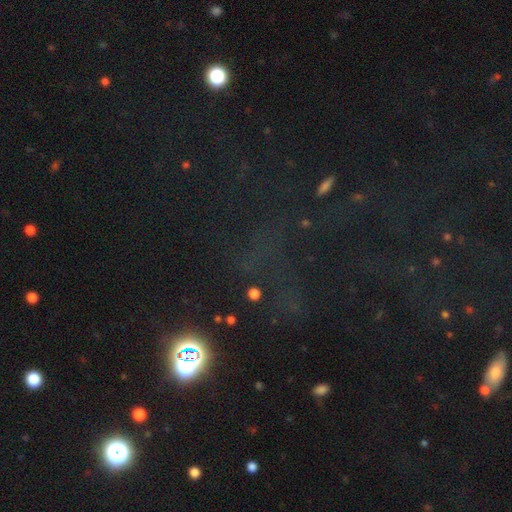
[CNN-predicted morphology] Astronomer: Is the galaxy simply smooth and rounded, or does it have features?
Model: star or artifact — 73%.